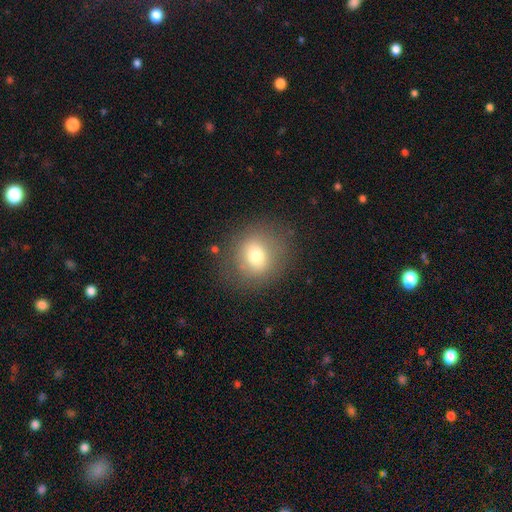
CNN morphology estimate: The model was most divided on "smooth or featured": smooth: 72%, featured or disk: 18%, star or artifact: 11%. More confident: merging — none (82%); how rounded — round (78%).